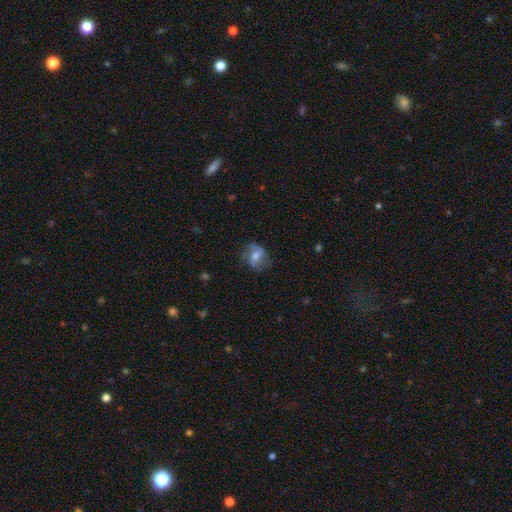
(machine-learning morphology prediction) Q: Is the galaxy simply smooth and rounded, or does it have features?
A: featured or disk — 49%.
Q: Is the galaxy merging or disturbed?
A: none — 64%.